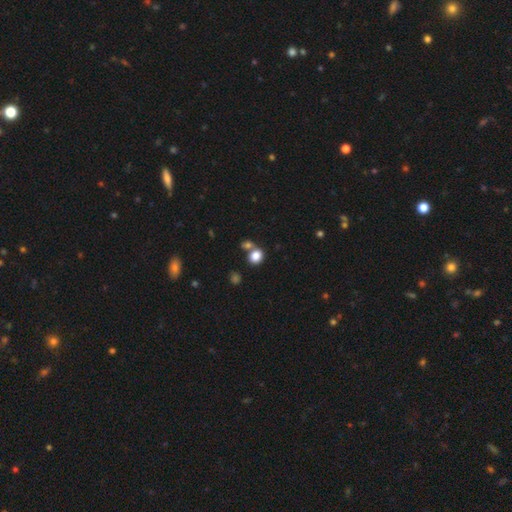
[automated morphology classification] Overall: smooth (83%). How rounded: round (66%; in between 33%). Merging: none (56%; merger 30%).